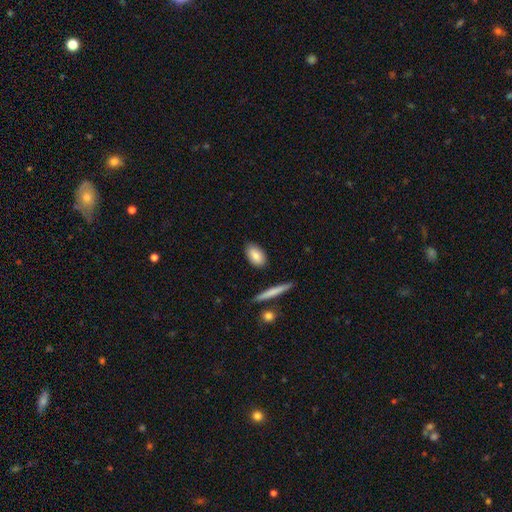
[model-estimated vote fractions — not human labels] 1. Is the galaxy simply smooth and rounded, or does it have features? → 82% smooth, 12% featured or disk, 6% star or artifact.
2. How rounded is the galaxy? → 88% in between, 6% round, 6% cigar-shaped.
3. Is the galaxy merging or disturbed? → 85% none, 10% minor disturbance, 3% merger, 2% major disturbance.